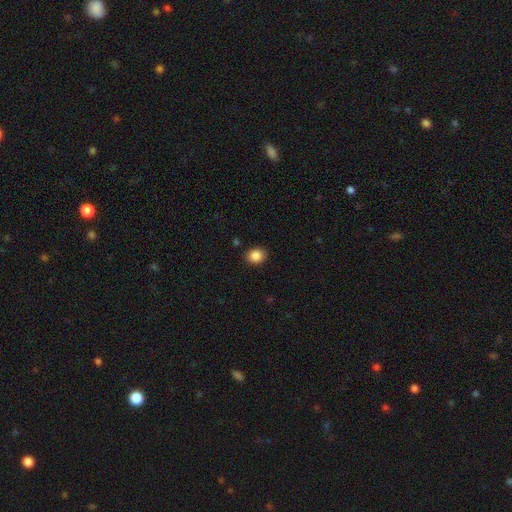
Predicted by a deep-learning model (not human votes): This appears to be a smooth galaxy with no disk features (86%) that is round (65%). Merging: none (89%).